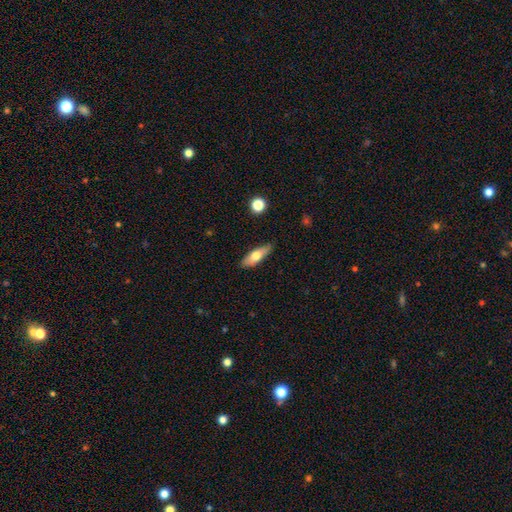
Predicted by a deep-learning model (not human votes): smooth_or_featured: smooth (p=0.64) [alt: featured or disk p=0.29]
how_rounded: in between (p=0.55) [alt: cigar-shaped p=0.42]
merging: none (p=0.82) [alt: minor disturbance p=0.14]